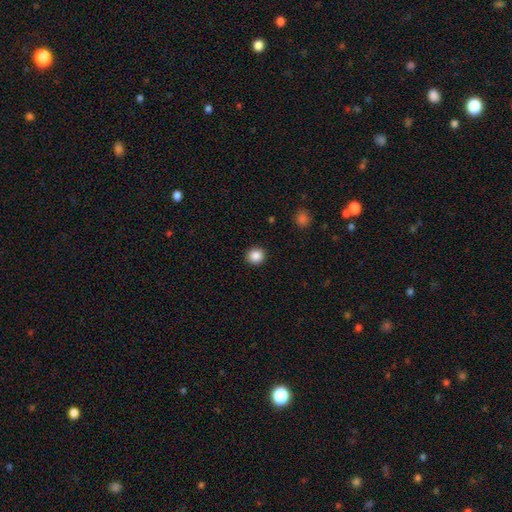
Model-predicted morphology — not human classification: A smooth galaxy with no disk features (87%) that is round (86%). Merging: none (92%).